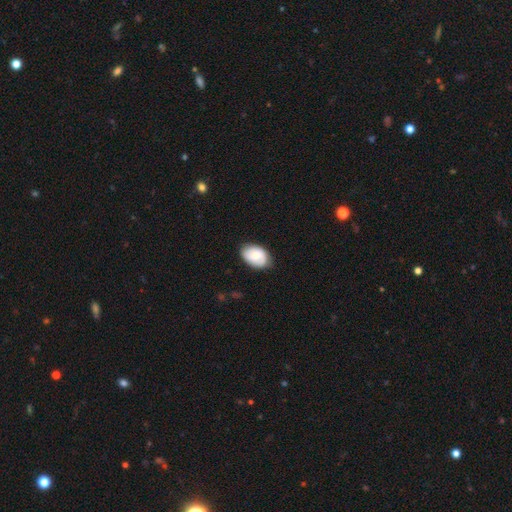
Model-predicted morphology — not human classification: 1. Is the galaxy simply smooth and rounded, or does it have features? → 67% smooth, 26% featured or disk, 7% star or artifact.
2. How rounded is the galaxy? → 87% in between, 12% round, 1% cigar-shaped.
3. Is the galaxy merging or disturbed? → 79% none, 17% minor disturbance, 3% major disturbance, 1% merger.